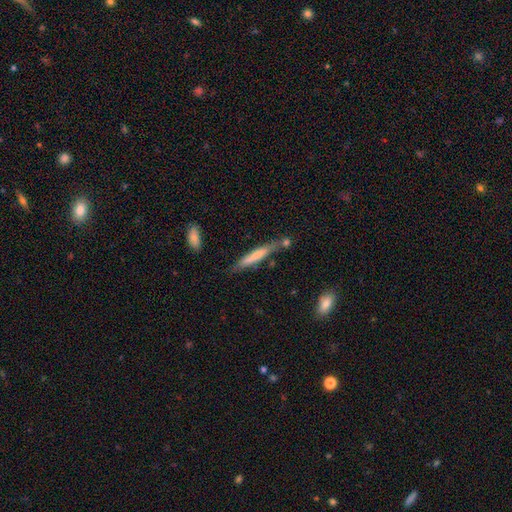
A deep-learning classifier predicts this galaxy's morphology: Smooth or featured?
  - smooth: 63% *
  - featured or disk: 31%
  - star or artifact: 6%
How rounded?
  - cigar-shaped: 92% *
  - in between: 7%
  - round: 1%
Merging?
  - none: 64% *
  - minor disturbance: 20%
  - merger: 11%
  - major disturbance: 5%